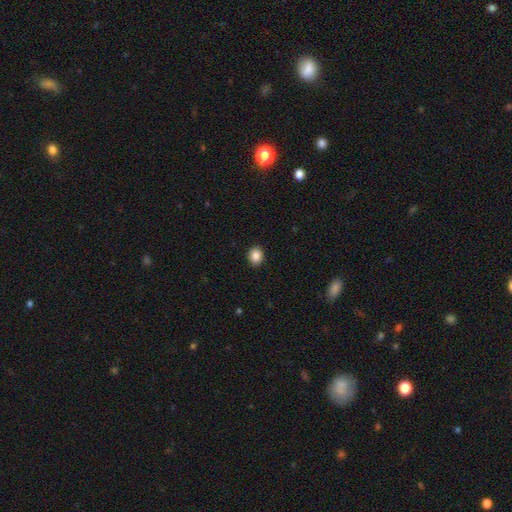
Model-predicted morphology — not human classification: A smooth galaxy with no disk features (87%) that is round (67%).

Vote fractions:
- Smooth or featured? smooth: 87% / star or artifact: 9% / featured or disk: 4%
- How rounded? round: 67% / in between: 32% / cigar-shaped: 1%
- Merging? none: 91% / minor disturbance: 6% / major disturbance: 2% / merger: 1%